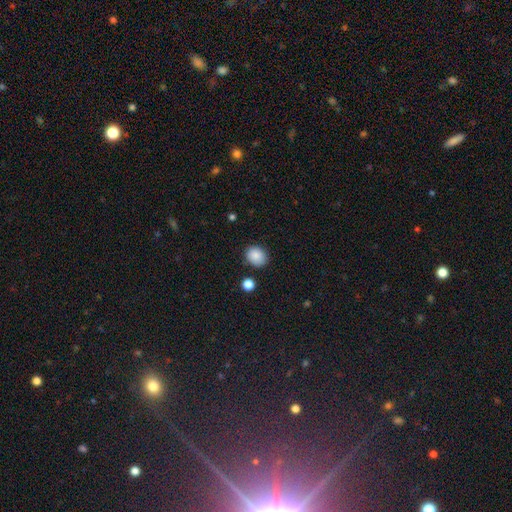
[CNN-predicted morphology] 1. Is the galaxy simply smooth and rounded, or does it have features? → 87% smooth, 9% star or artifact, 5% featured or disk.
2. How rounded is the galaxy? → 57% round, 42% in between, 1% cigar-shaped.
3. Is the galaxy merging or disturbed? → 83% none, 11% minor disturbance, 3% merger, 3% major disturbance.